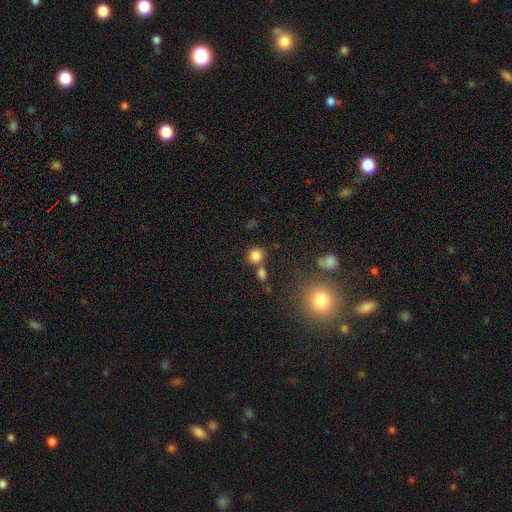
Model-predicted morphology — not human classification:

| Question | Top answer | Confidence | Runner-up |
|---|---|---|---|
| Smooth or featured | smooth | 81% | star or artifact (13%) |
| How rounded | round | 83% | in between (16%) |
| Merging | none | 65% | merger (21%) |